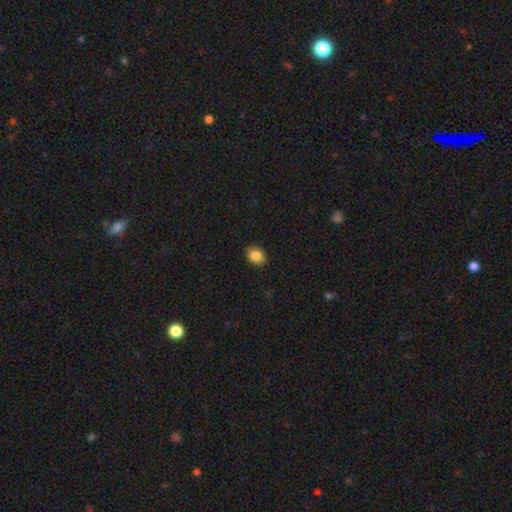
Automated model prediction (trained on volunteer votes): A smooth galaxy with no disk features (86%) that is in between round and cigar-shaped (53%).

Vote fractions:
- Smooth or featured? smooth: 86% / star or artifact: 9% / featured or disk: 5%
- How rounded? in between: 53% / round: 46% / cigar-shaped: 1%
- Merging? none: 88% / minor disturbance: 9% / major disturbance: 2% / merger: 1%